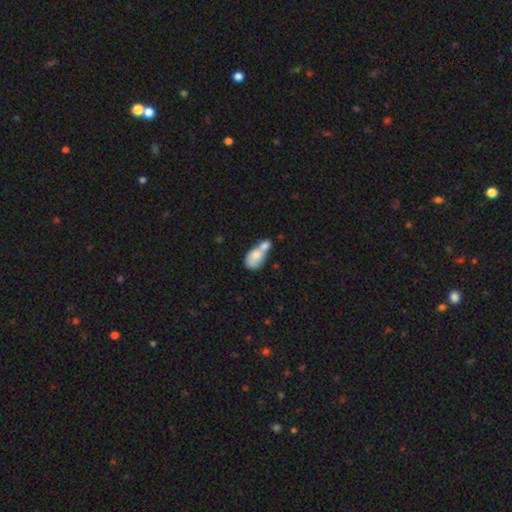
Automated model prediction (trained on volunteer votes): smooth_or_featured: smooth (p=0.70) [alt: featured or disk p=0.22]
how_rounded: in between (p=0.76) [alt: round p=0.21]
merging: merger (p=0.73) [alt: none p=0.13]